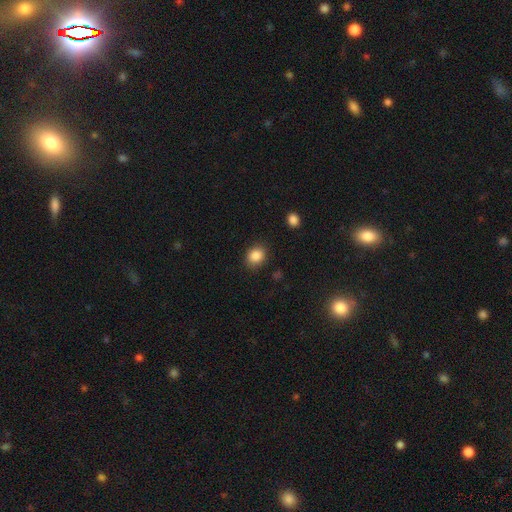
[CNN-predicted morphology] Smooth or featured?
  - smooth: 86% *
  - star or artifact: 10%
  - featured or disk: 5%
How rounded?
  - round: 56% *
  - in between: 43%
  - cigar-shaped: 1%
Merging?
  - none: 85% *
  - minor disturbance: 10%
  - major disturbance: 3%
  - merger: 2%